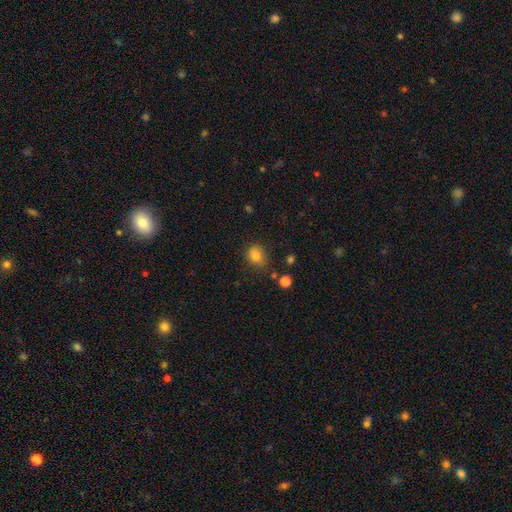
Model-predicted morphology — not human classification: Smooth or featured? smooth (81%)
How rounded? round (57%)
Merging? none (70%)